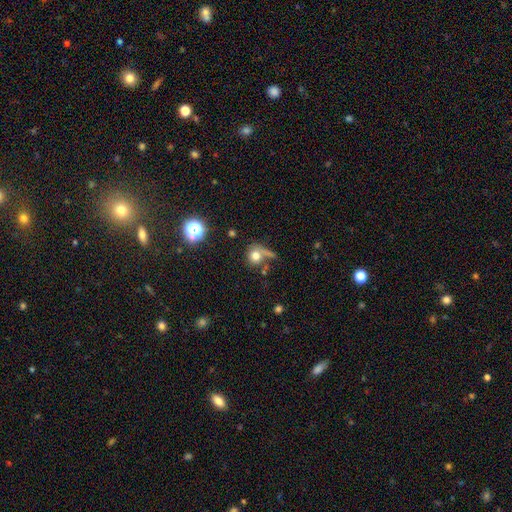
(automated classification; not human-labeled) Smooth or featured? smooth (73%)
How rounded? round (85%)
Merging? none (49%)